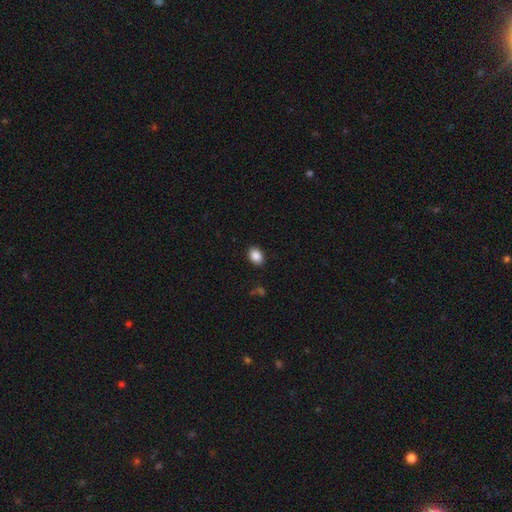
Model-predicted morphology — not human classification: Overall: smooth (88%). How rounded: in between (67%; round 32%). Merging: none (88%).